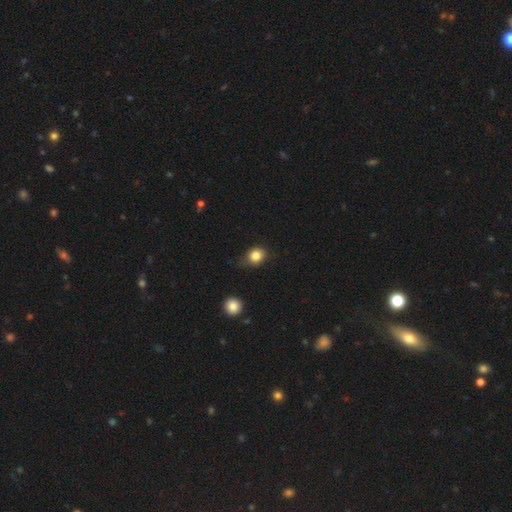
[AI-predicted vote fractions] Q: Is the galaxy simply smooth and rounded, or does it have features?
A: smooth — 83%.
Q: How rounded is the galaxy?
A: round — 70%.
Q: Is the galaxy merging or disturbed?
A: none — 70%.